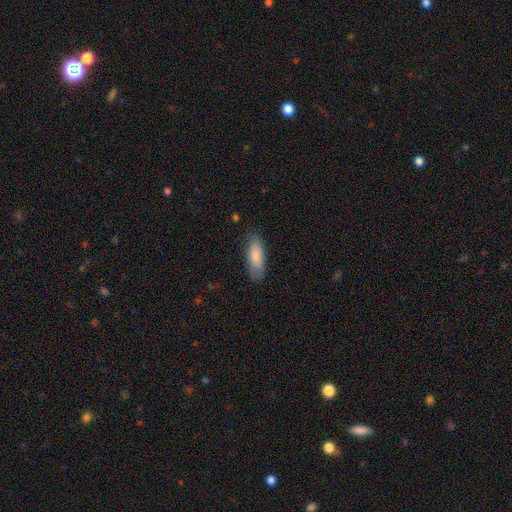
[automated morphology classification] Overall: smooth (85%). How rounded: in between (67%; cigar-shaped 31%). Merging: none (81%).